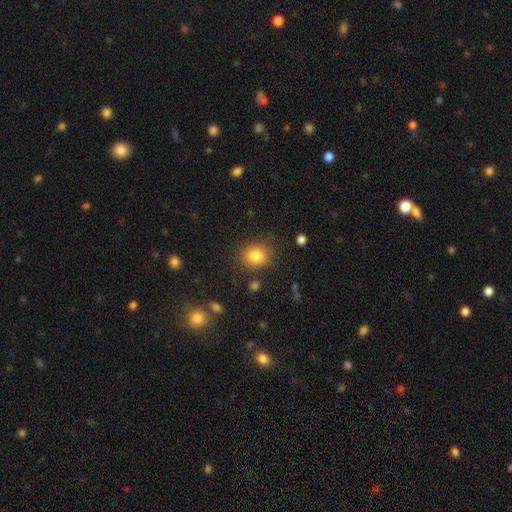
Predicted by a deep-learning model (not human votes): Smooth or featured: smooth — 83% (star or artifact — 11%)
How rounded: round — 74% (in between — 25%)
Merging: none — 82% (minor disturbance — 11%)